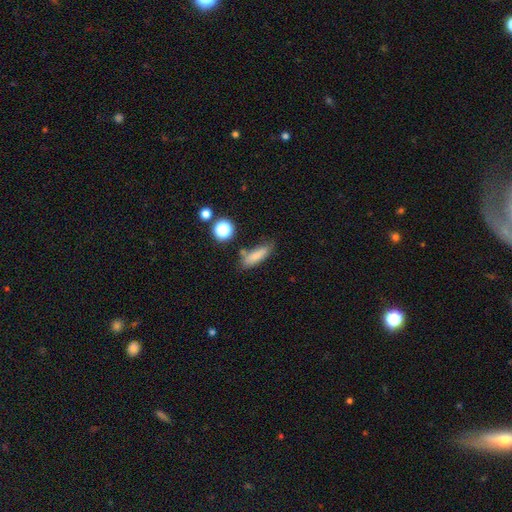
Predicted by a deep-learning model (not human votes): smooth 80%, featured or disk 10%, star or artifact 10%. Down the decision tree: how rounded — in between (49%); merging — none (69%).